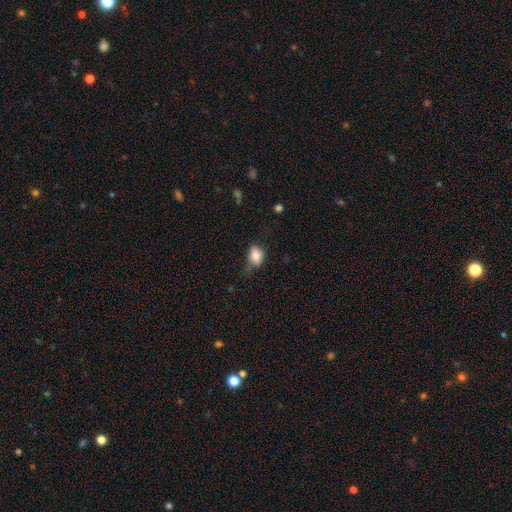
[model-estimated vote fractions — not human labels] A smooth galaxy with no disk features (81%) that is in between round and cigar-shaped (68%).

Vote fractions:
- Smooth or featured? smooth: 81% / featured or disk: 10% / star or artifact: 9%
- How rounded? in between: 68% / round: 31% / cigar-shaped: 2%
- Merging? none: 45% / minor disturbance: 37% / major disturbance: 15% / merger: 3%